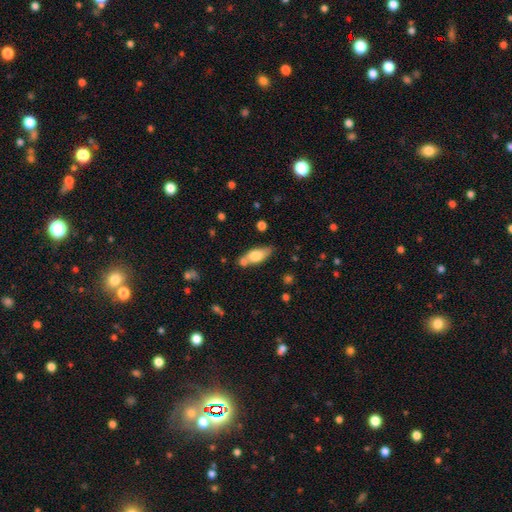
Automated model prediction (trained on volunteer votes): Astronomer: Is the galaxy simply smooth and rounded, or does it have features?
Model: smooth — 72%.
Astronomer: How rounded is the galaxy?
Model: in between — 74%.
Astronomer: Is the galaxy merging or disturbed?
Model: none — 55%.